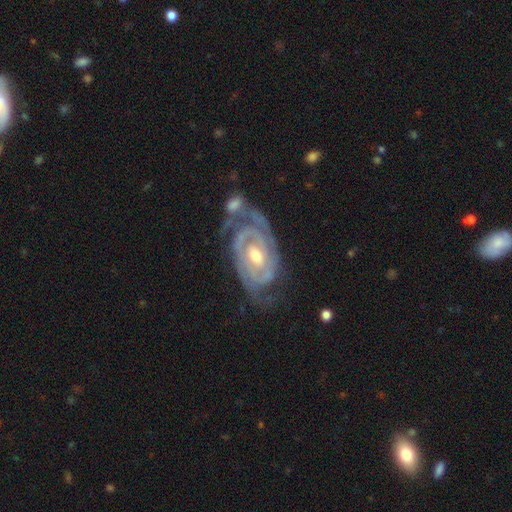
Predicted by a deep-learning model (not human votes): Q: Smooth or featured?
A: featured or disk (91%); runner-up: smooth (5%)
Q: Edge-on disk?
A: no (96%); runner-up: yes (4%)
Q: Bar?
A: no (56%); runner-up: weak (30%)
Q: Spiral arms?
A: yes (97%); runner-up: no (3%)
Q: Spiral winding?
A: tight (77%); runner-up: medium (19%)
Q: Spiral arm count?
A: 2 (62%); runner-up: can't tell (14%)
Q: Bulge size?
A: moderate (66%); runner-up: small (29%)
Q: Merging?
A: none (55%); runner-up: minor disturbance (20%)